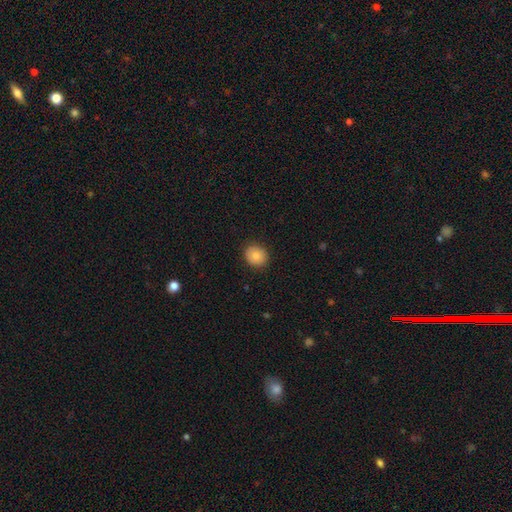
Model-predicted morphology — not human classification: Overall: smooth (84%). How rounded: round (80%). Merging: none (89%).